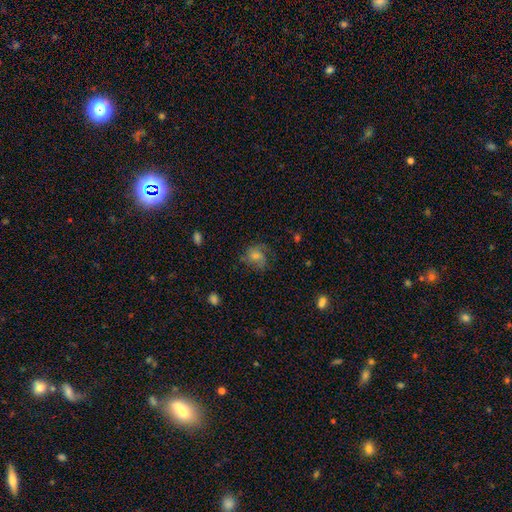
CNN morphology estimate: A featured or disk galaxy (46%). Merging: none (63%).